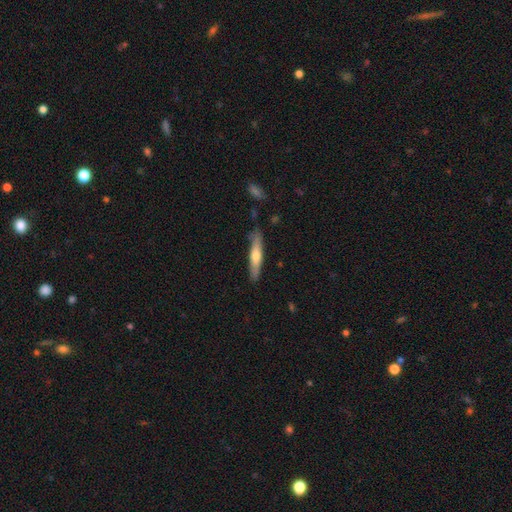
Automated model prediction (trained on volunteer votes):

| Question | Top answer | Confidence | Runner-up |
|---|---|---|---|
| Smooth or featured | smooth | 51% | featured or disk (43%) |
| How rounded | cigar-shaped | 87% | in between (11%) |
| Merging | none | 85% | minor disturbance (11%) |